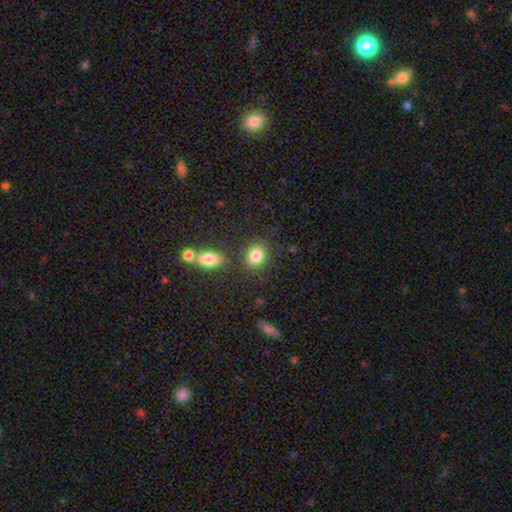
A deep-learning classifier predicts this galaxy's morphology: smooth_or_featured: smooth (p=0.84) [alt: star or artifact p=0.10]
how_rounded: round (p=0.53) [alt: in between p=0.45]
merging: none (p=0.76) [alt: minor disturbance p=0.11]